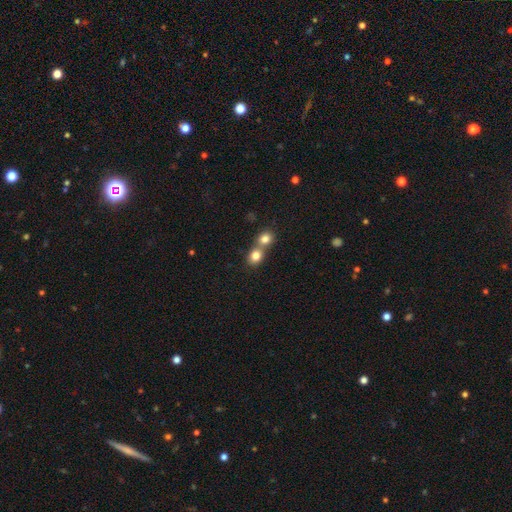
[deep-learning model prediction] This appears to be a smooth galaxy with no disk features (81%) that is round (67%). Merging: merger (60%).